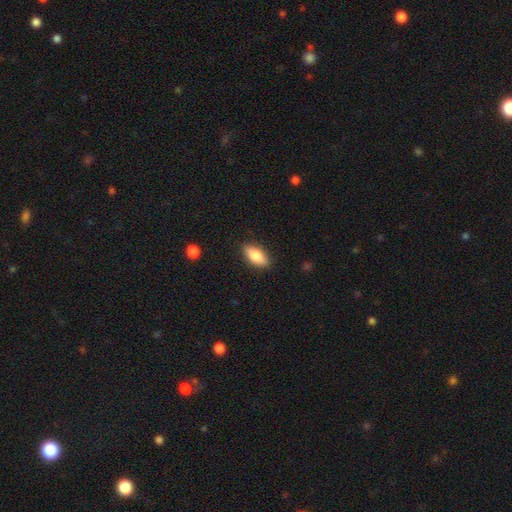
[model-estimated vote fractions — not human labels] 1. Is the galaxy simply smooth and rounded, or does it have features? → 84% smooth, 10% featured or disk, 7% star or artifact.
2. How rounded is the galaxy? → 87% in between, 10% cigar-shaped, 3% round.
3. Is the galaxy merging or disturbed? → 87% none, 9% minor disturbance, 2% major disturbance, 1% merger.